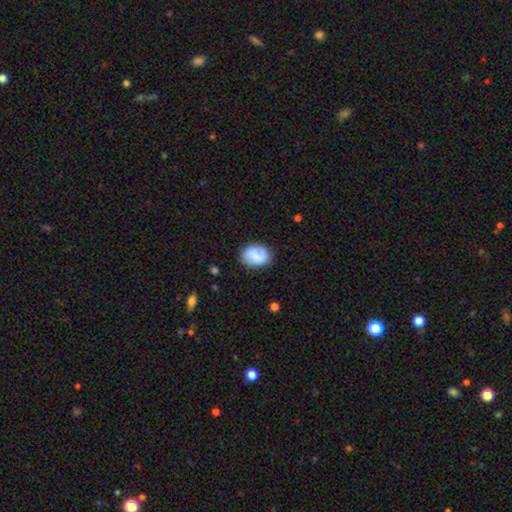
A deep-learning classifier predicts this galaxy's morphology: This appears to be a smooth galaxy with no disk features (75%) that is in between round and cigar-shaped (69%). Merging: none (80%).